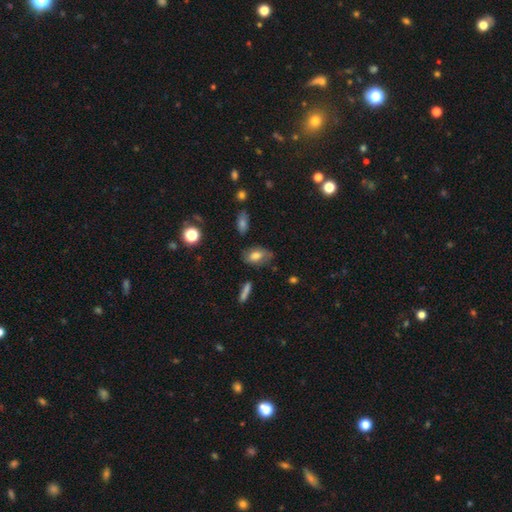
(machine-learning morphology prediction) smooth 67%, featured or disk 24%, star or artifact 9%. Down the decision tree: how rounded — in between (87%); merging — none (63%).